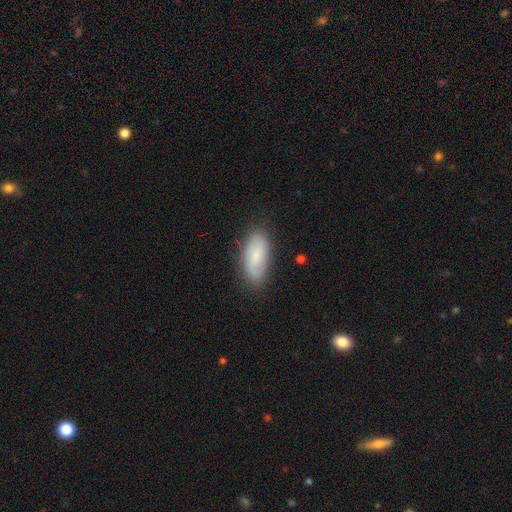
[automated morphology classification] Smooth or featured? Predicted: smooth (p=0.72). How rounded? Predicted: in between (p=0.87). Merging? Predicted: none (p=0.79).